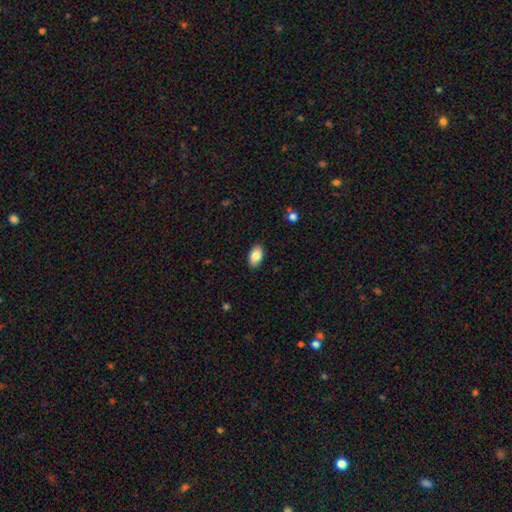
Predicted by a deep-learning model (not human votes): A smooth galaxy with no disk features (85%) that is in between round and cigar-shaped (94%). Merging: none (88%).